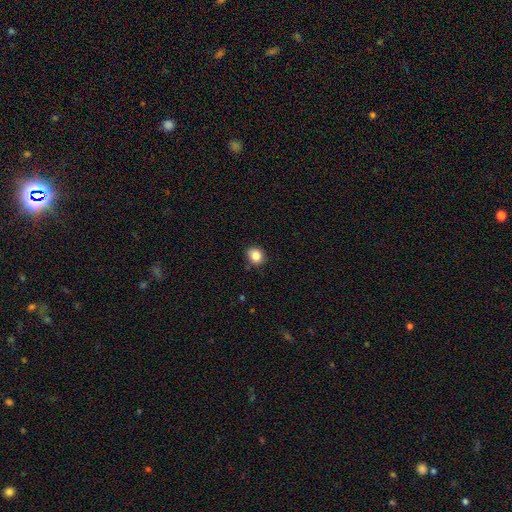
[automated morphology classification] Smooth or featured? smooth (84%)
How rounded? round (75%)
Merging? none (85%)